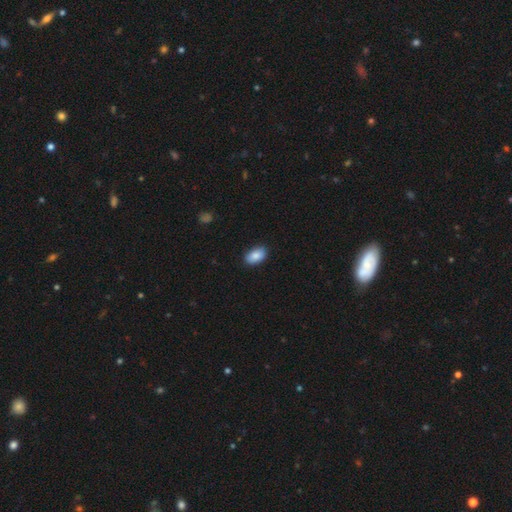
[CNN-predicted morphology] Smooth or featured? Predicted: smooth (p=0.87). How rounded? Predicted: in between (p=0.93). Merging? Predicted: none (p=0.87).